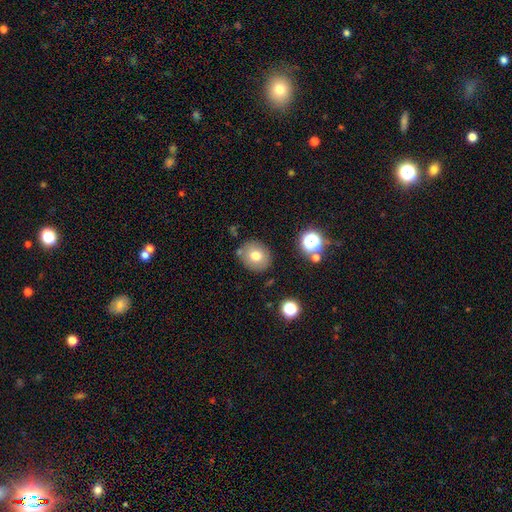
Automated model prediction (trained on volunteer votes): smooth-or-featured: smooth: 75% | featured or disk: 14% | star or artifact: 12%
  how-rounded: round: 75% | in between: 24% | cigar-shaped: 1%
  merging: none: 80% | minor disturbance: 12% | merger: 5% | major disturbance: 3%